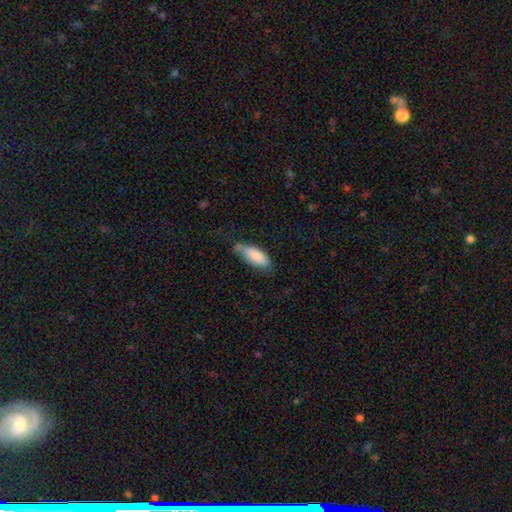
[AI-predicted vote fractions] smooth 86%, featured or disk 9%, star or artifact 6%. Down the decision tree: how rounded — in between (76%); merging — none (47%).